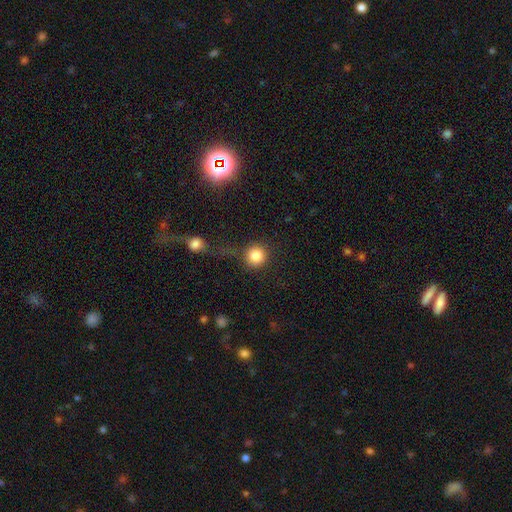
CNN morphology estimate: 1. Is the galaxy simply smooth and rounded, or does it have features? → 84% smooth, 10% star or artifact, 6% featured or disk.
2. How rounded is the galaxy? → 94% round, 5% in between, 1% cigar-shaped.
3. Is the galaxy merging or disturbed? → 69% none, 11% merger, 11% minor disturbance, 9% major disturbance.